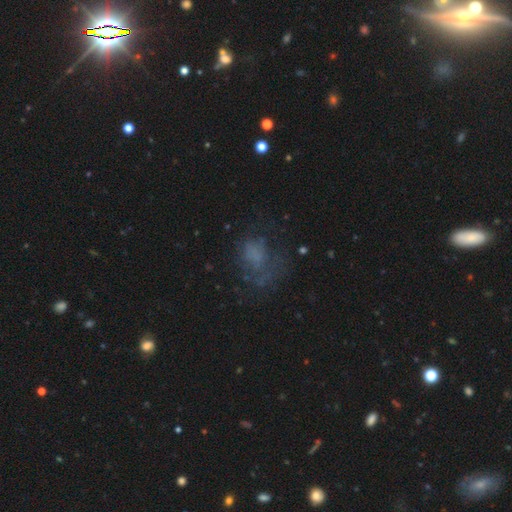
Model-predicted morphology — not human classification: type=smooth (43%); merging=none (42%).